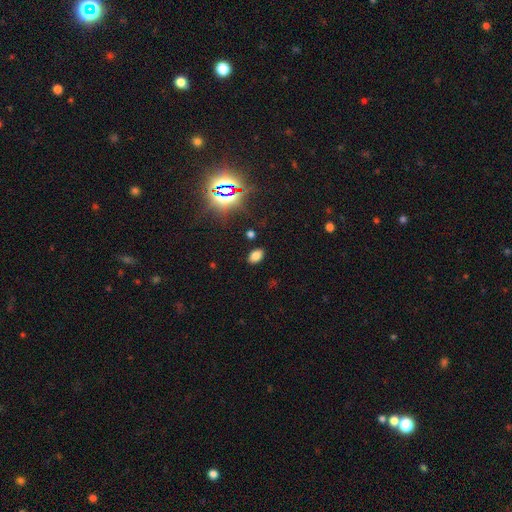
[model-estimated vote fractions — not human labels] smooth_or_featured: smooth (p=0.74) [alt: star or artifact p=0.19]
how_rounded: in between (p=0.88) [alt: round p=0.11]
merging: none (p=0.87) [alt: minor disturbance p=0.09]